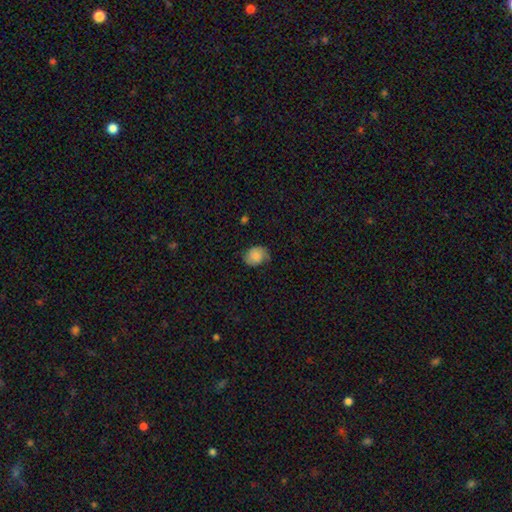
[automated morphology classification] smooth_or_featured: smooth (p=0.72) [alt: featured or disk p=0.20]
how_rounded: round (p=0.50) [alt: in between p=0.49]
merging: none (p=0.59) [alt: minor disturbance p=0.29]